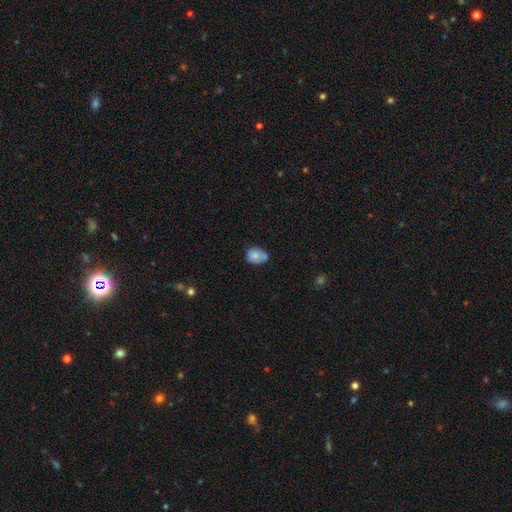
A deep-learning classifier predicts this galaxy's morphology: This appears to be a smooth galaxy with no disk features (74%) that is in between round and cigar-shaped (52%). Merging: none (47%).